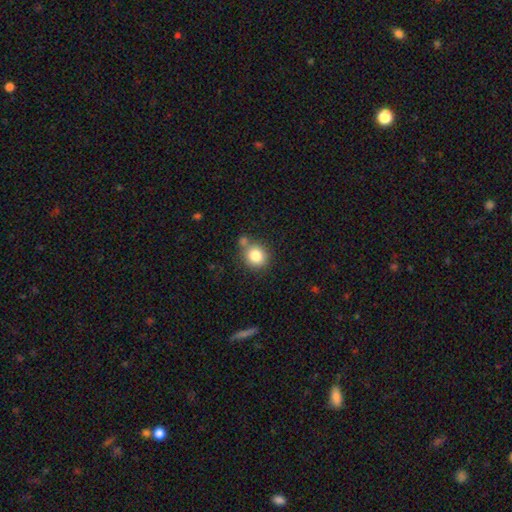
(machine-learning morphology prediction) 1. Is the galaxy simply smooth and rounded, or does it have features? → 82% smooth, 10% star or artifact, 8% featured or disk.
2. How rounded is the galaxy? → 84% round, 15% in between, 1% cigar-shaped.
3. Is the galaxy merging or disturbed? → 66% none, 18% merger, 12% minor disturbance, 4% major disturbance.